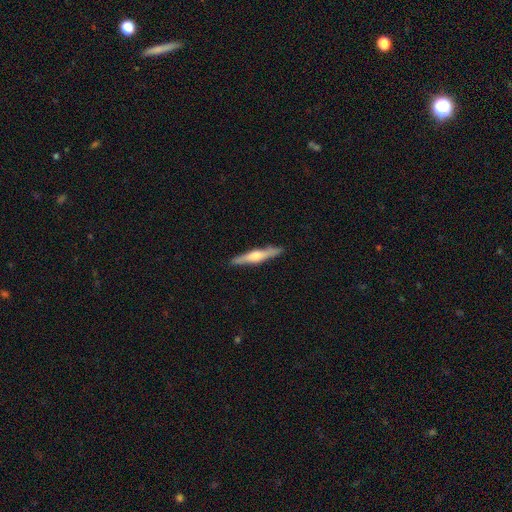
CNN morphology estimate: Overall: featured or disk (66%; smooth 29%). Edge-on disk: yes (97%). Edge-on bulge: rounded (89%). Merging: none (90%).